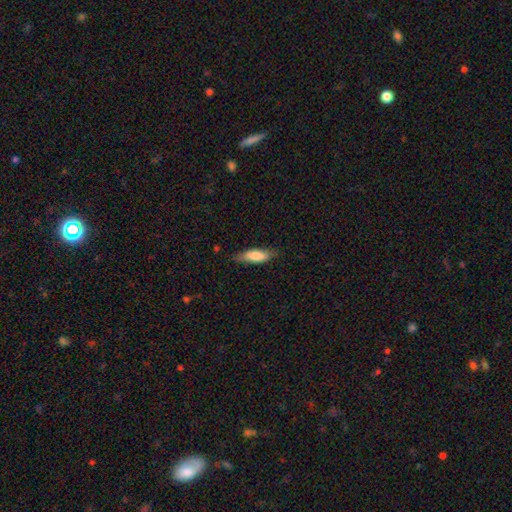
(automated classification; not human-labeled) Morphology: type=smooth (77%); roundness=in between (54%); merging=none (73%).